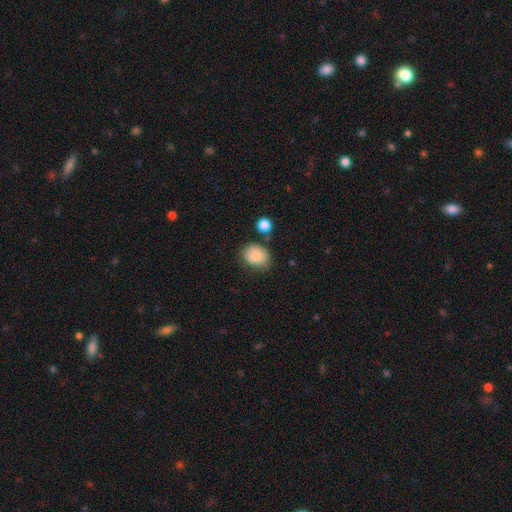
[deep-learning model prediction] A smooth galaxy with no disk features (86%) that is in between round and cigar-shaped (54%).

Vote fractions:
- Smooth or featured? smooth: 86% / star or artifact: 8% / featured or disk: 5%
- How rounded? in between: 54% / round: 45% / cigar-shaped: 1%
- Merging? none: 67% / minor disturbance: 21% / merger: 6% / major disturbance: 6%